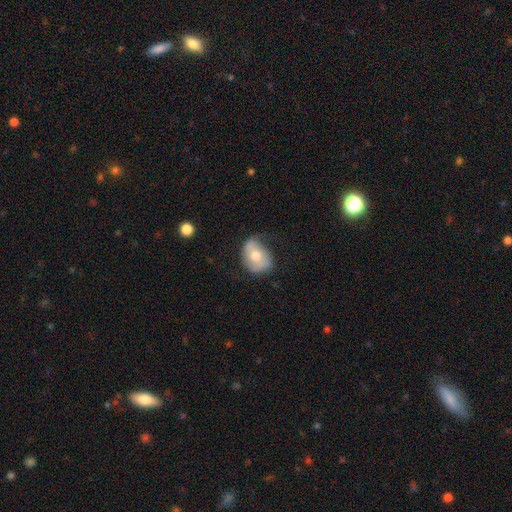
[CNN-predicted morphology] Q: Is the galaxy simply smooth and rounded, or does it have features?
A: smooth — 53%.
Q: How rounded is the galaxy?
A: in between — 62%.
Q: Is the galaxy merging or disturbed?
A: none — 48%.